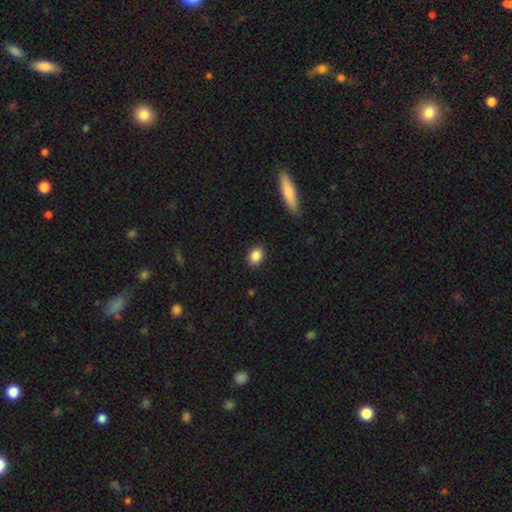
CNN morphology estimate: type=smooth (87%); roundness=in between (62%); merging=none (88%).